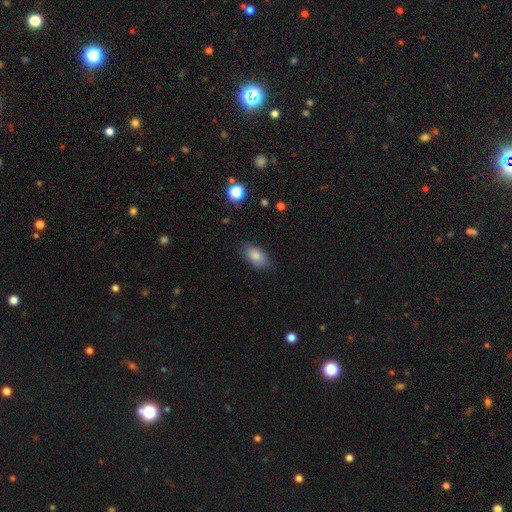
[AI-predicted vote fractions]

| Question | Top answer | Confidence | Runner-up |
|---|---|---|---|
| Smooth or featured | smooth | 83% | featured or disk (9%) |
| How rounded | in between | 91% | round (6%) |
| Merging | none | 81% | minor disturbance (15%) |